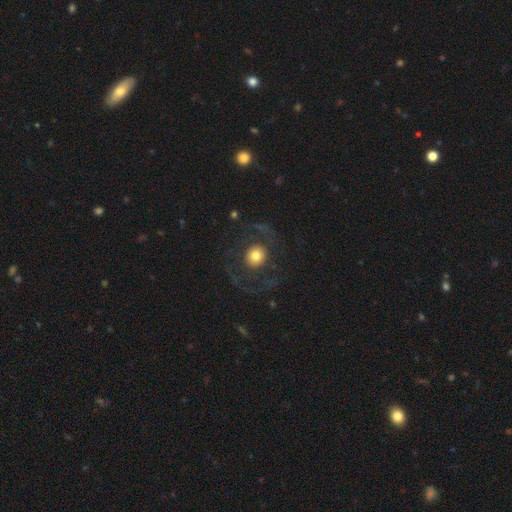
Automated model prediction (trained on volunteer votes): Overall: featured or disk (47%; smooth 45%). Merging: none (60%; major disturbance 25%).